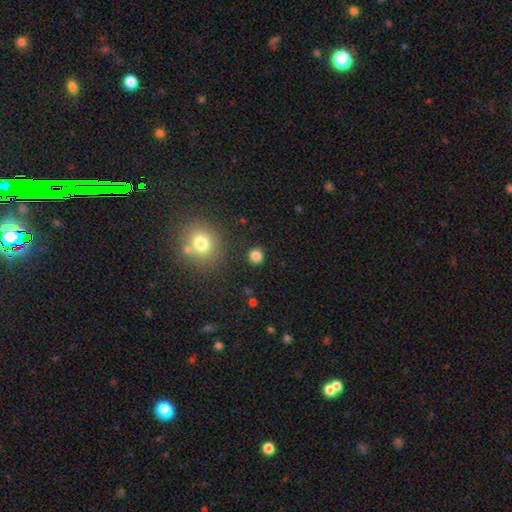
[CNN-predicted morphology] Smooth or featured?
  - smooth: 83% *
  - star or artifact: 13%
  - featured or disk: 4%
How rounded?
  - round: 90% *
  - in between: 9%
  - cigar-shaped: 1%
Merging?
  - none: 88% *
  - minor disturbance: 7%
  - merger: 3%
  - major disturbance: 3%